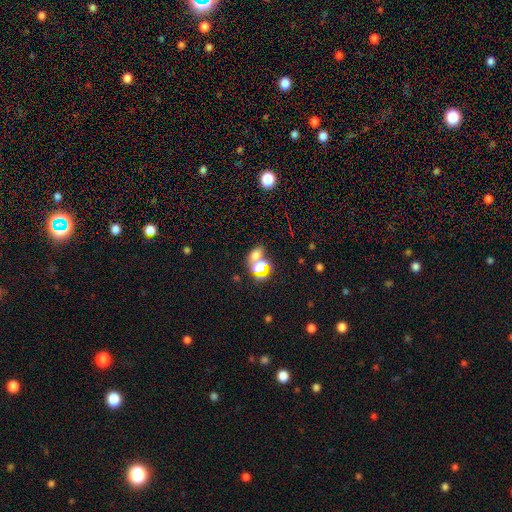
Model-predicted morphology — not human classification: smooth_or_featured: smooth (p=0.55) [alt: star or artifact p=0.33]
how_rounded: in between (p=0.61) [alt: round p=0.36]
merging: none (p=0.48) [alt: merger p=0.36]